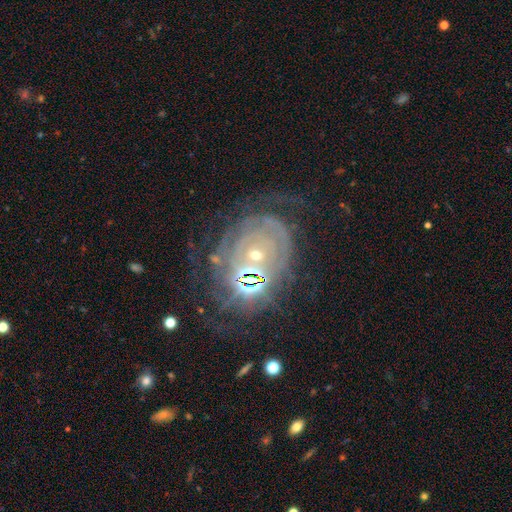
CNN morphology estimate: type=featured or disk (73%); edge-on=no (96%); bar=no (77%); spiral arms=yes (83%); winding=tight (74%); arm count=can't tell (44%); bulge=small (67%); merging=none (54%).